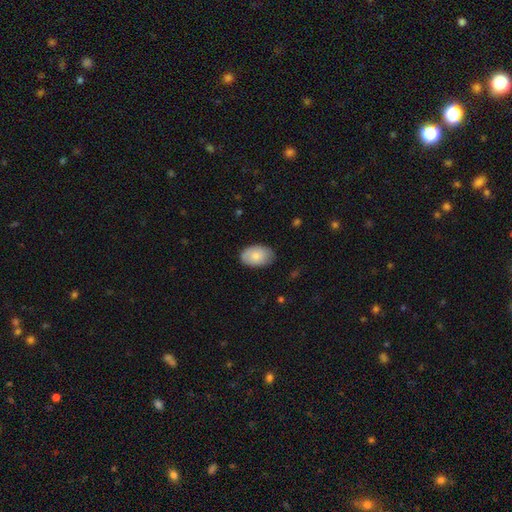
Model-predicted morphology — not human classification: smooth_or_featured: smooth (p=0.80) [alt: featured or disk p=0.14]
how_rounded: in between (p=0.90) [alt: round p=0.09]
merging: none (p=0.79) [alt: minor disturbance p=0.17]